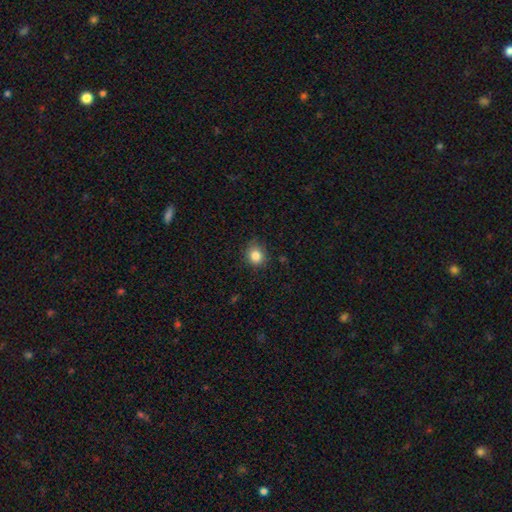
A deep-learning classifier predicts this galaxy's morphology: This appears to be a smooth galaxy with no disk features (84%) that is round (78%). Merging: none (81%).